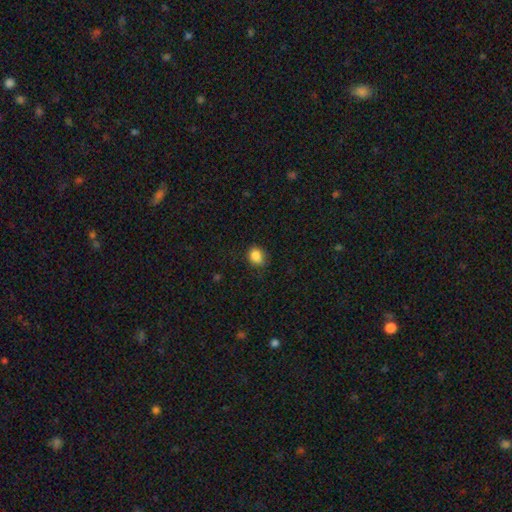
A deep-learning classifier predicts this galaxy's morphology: A smooth galaxy with no disk features (86%) that is round (51%).

Vote fractions:
- Smooth or featured? smooth: 86% / star or artifact: 10% / featured or disk: 4%
- How rounded? round: 51% / in between: 48% / cigar-shaped: 1%
- Merging? none: 77% / minor disturbance: 18% / major disturbance: 4% / merger: 1%